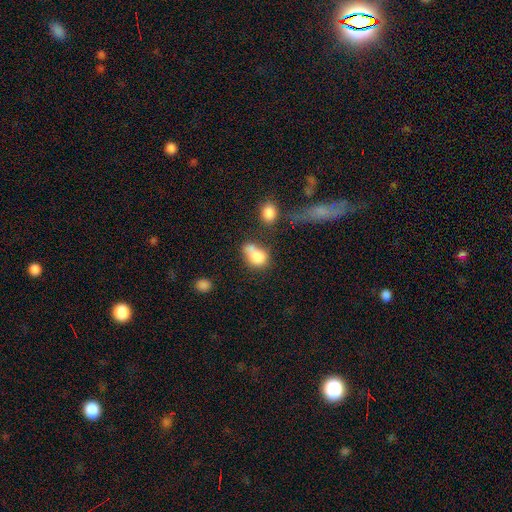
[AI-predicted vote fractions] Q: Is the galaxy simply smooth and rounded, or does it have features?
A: smooth — 77%.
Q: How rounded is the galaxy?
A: in between — 71%.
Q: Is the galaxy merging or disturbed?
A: merger — 38%.